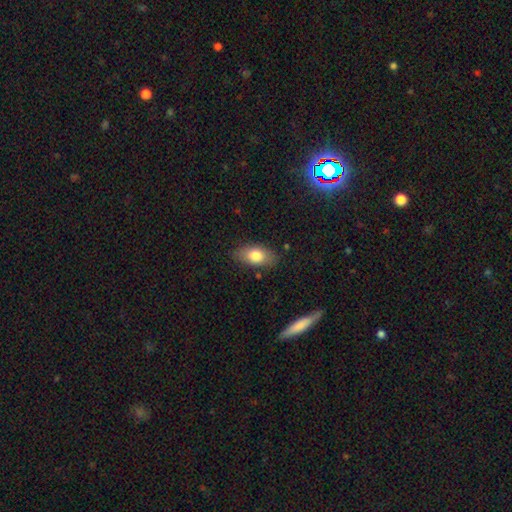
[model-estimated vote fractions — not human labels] smooth-or-featured: smooth: 78% | featured or disk: 15% | star or artifact: 7%
  how-rounded: in between: 89% | round: 6% | cigar-shaped: 5%
  merging: none: 82% | minor disturbance: 13% | major disturbance: 3% | merger: 2%